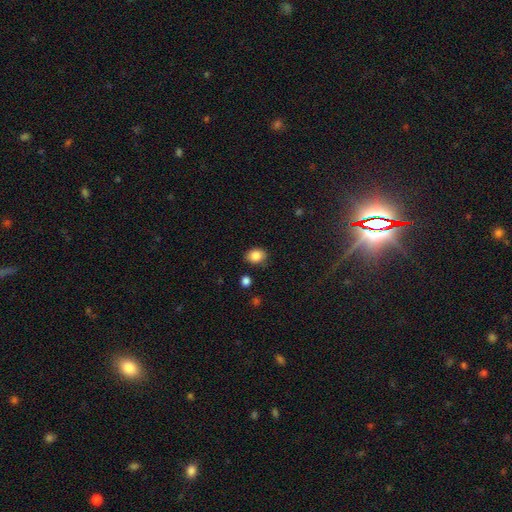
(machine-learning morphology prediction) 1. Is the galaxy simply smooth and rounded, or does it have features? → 85% smooth, 9% star or artifact, 5% featured or disk.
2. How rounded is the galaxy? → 51% in between, 48% round, 1% cigar-shaped.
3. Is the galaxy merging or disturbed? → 82% none, 12% minor disturbance, 3% major disturbance, 2% merger.